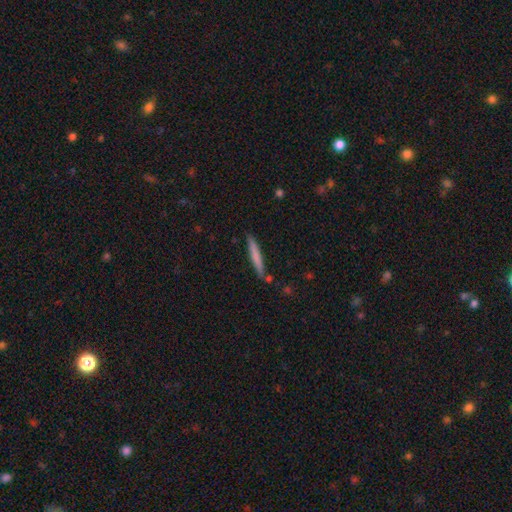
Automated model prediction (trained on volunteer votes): Smooth or featured? Predicted: smooth (p=0.69). How rounded? Predicted: cigar-shaped (p=0.96). Merging? Predicted: none (p=0.84).